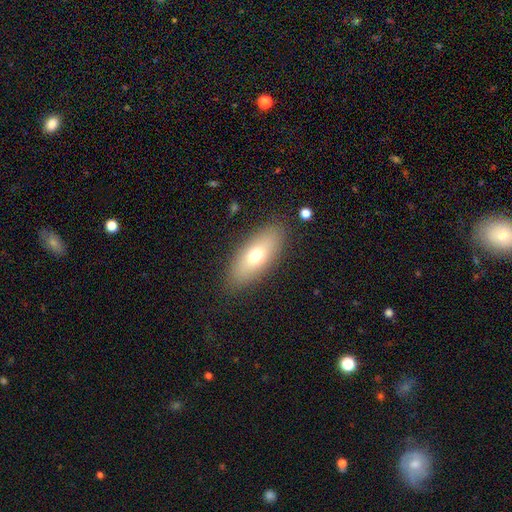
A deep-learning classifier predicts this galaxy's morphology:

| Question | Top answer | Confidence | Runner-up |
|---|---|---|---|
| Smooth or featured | smooth | 68% | featured or disk (24%) |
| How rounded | in between | 75% | cigar-shaped (21%) |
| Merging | none | 86% | minor disturbance (9%) |